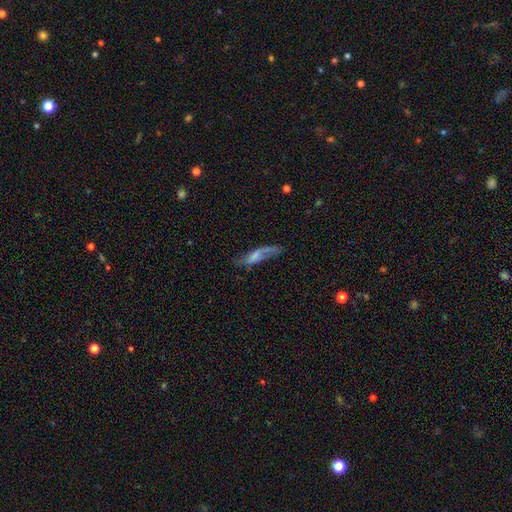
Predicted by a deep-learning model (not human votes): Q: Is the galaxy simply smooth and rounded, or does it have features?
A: featured or disk — 50%.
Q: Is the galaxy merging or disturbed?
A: none — 50%.